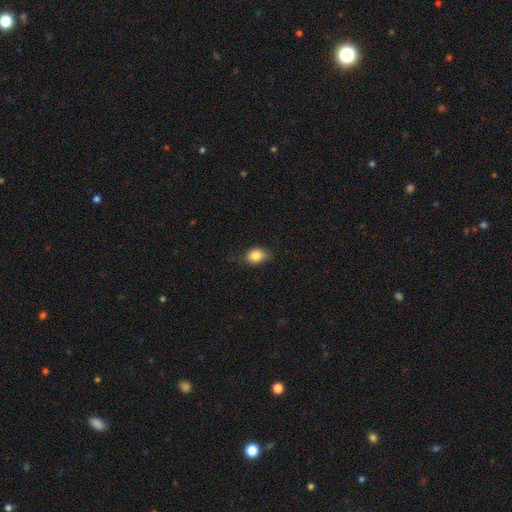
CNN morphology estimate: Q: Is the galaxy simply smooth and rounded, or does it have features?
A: smooth — 83%.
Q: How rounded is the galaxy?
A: in between — 71%.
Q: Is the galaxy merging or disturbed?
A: none — 78%.